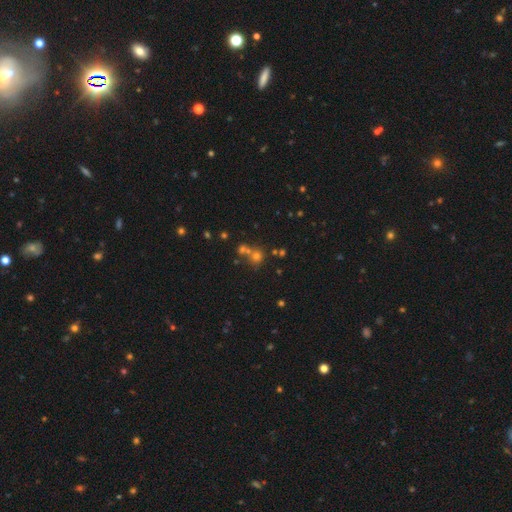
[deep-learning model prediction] The model was most divided on "smooth or featured": smooth: 52%, star or artifact: 34%, featured or disk: 14%. More confident: how rounded — round (87%); merging — none (55%).